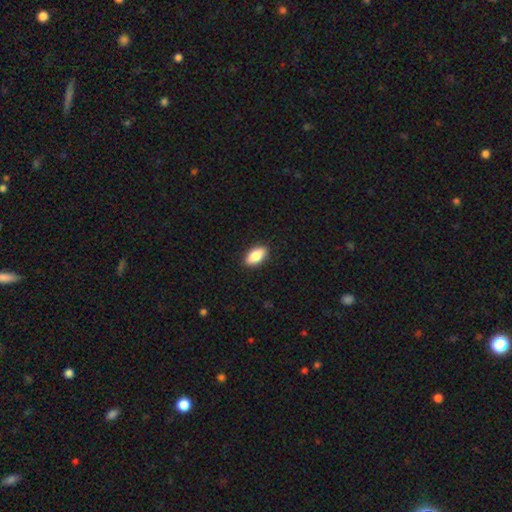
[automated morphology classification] A smooth galaxy with no disk features (84%) that is in between round and cigar-shaped (89%). Merging: none (89%).